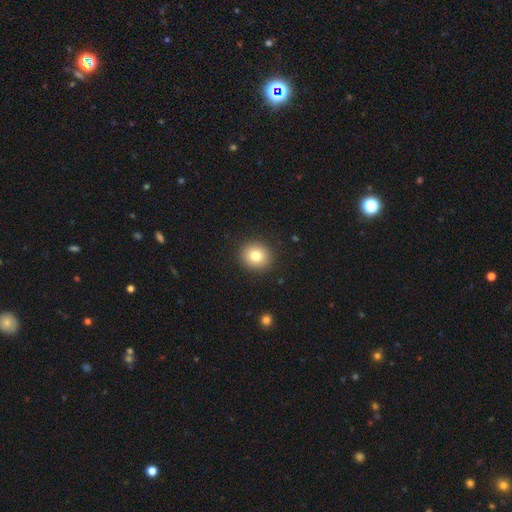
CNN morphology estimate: A smooth galaxy with no disk features (80%) that is round (84%). Merging: none (91%).